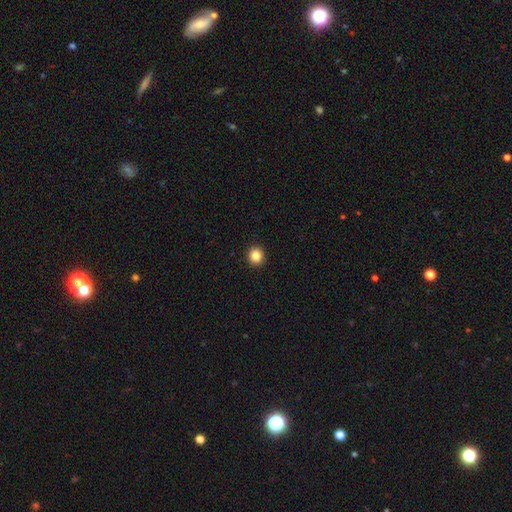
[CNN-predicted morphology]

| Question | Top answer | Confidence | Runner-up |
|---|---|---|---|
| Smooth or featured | smooth | 86% | star or artifact (10%) |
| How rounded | round | 90% | in between (9%) |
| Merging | none | 93% | minor disturbance (4%) |